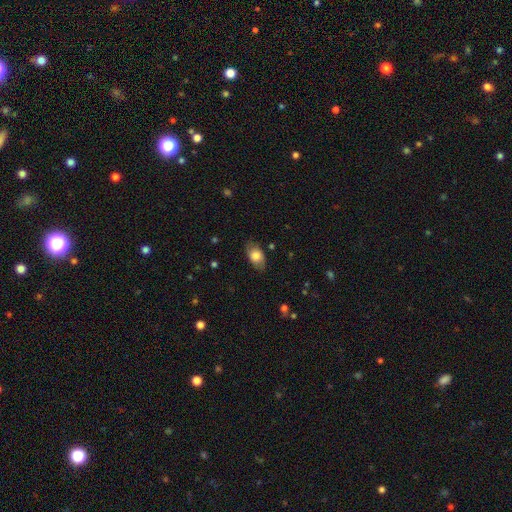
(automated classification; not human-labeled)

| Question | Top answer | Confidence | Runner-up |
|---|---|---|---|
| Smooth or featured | smooth | 75% | featured or disk (17%) |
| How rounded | in between | 88% | round (9%) |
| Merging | none | 78% | minor disturbance (17%) |